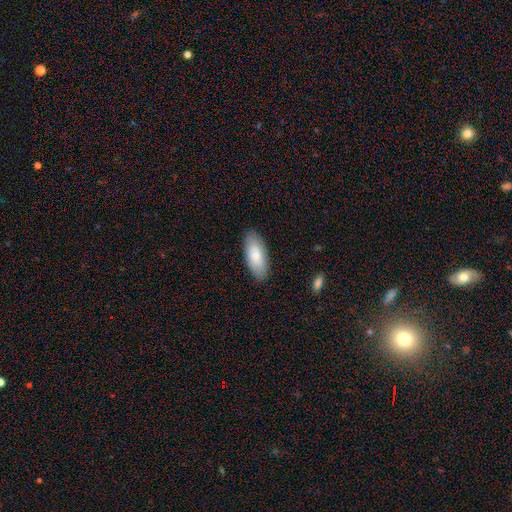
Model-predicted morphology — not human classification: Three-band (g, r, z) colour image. It shows a smooth galaxy with no disk features (79%) that is in between round and cigar-shaped (83%). Merging: none (86%).